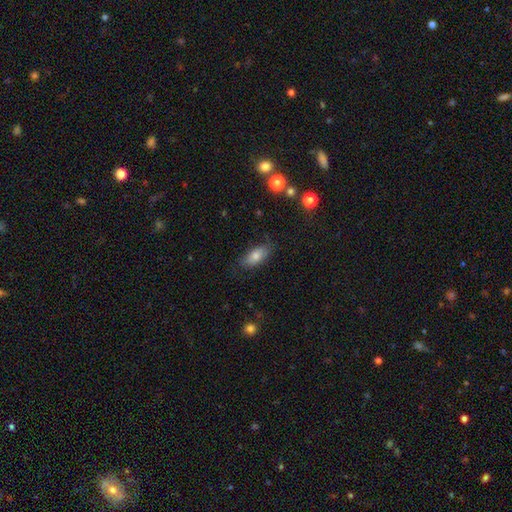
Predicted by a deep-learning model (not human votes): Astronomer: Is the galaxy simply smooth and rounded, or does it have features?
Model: smooth — 76%.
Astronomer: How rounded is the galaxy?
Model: in between — 85%.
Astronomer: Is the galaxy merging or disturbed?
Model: none — 80%.